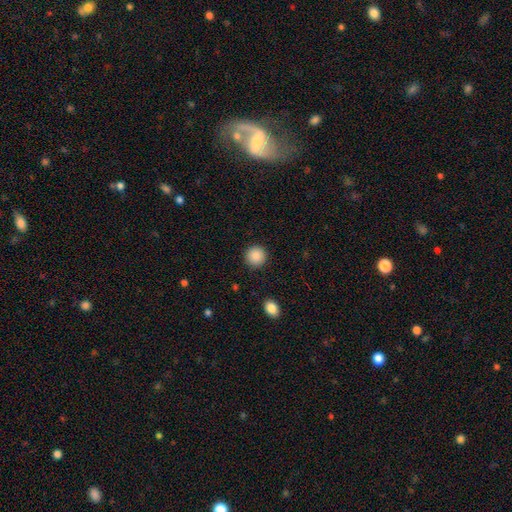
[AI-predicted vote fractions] The model was most divided on "smooth or featured": smooth: 88%, star or artifact: 8%, featured or disk: 3%. More confident: how rounded — round (94%); merging — none (92%).